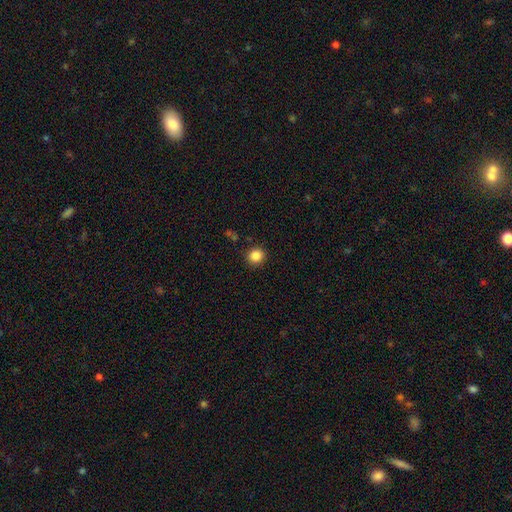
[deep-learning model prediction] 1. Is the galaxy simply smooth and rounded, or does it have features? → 86% smooth, 11% star or artifact, 4% featured or disk.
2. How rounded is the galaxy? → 89% round, 10% in between, 1% cigar-shaped.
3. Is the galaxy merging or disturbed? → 89% none, 7% minor disturbance, 2% major disturbance, 2% merger.